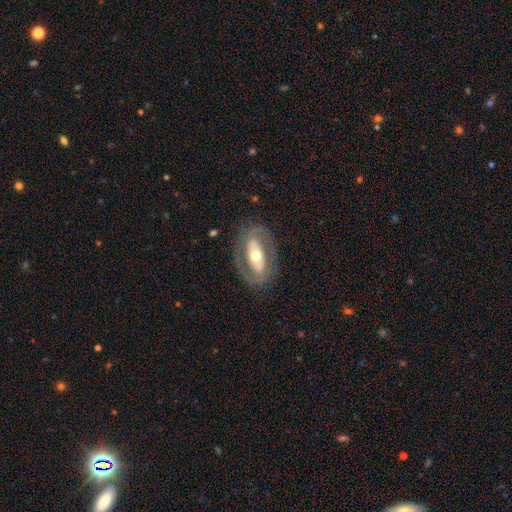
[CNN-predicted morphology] This appears to be a featured or disk galaxy (74%) with no bar (45%), spiral arms (52%) and a moderate central bulge (66%). Merging: none (78%).